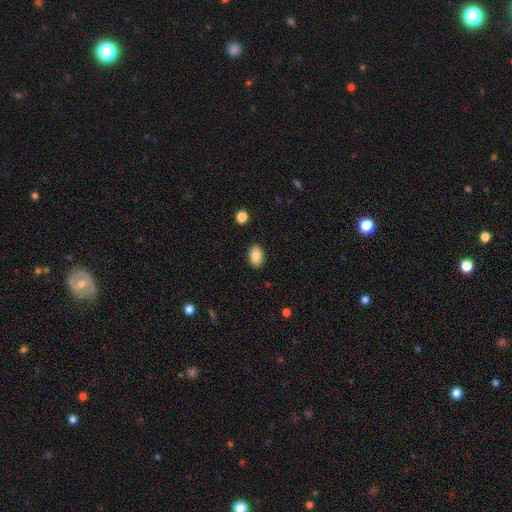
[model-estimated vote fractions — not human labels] This is clearly a smooth galaxy (86%). How rounded: clearly in between (88%). Merging: clearly none (89%).